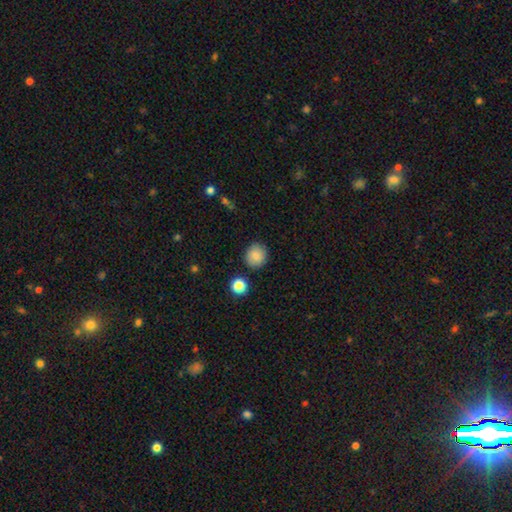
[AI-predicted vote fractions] Smooth or featured? Predicted: smooth (p=0.86). How rounded? Predicted: round (p=0.88). Merging? Predicted: none (p=0.87).